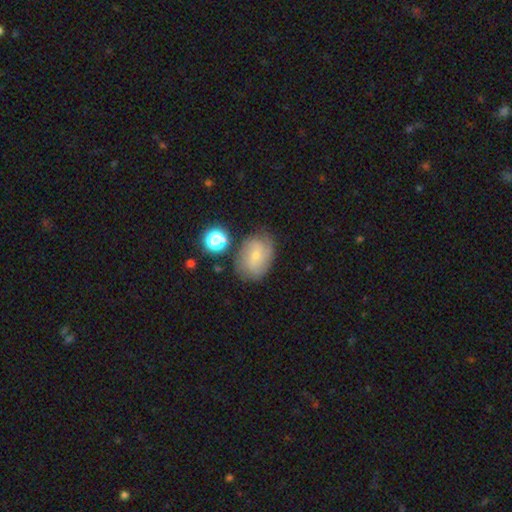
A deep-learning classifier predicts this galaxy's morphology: featured or disk 46%, smooth 43%, star or artifact 11%. Down the decision tree: merging — none (67%).